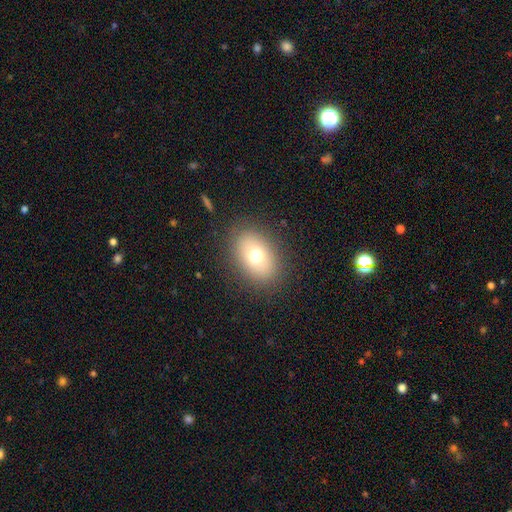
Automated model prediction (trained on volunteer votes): This appears to be a smooth galaxy with no disk features (70%) that is in between round and cigar-shaped (73%). Merging: none (85%).